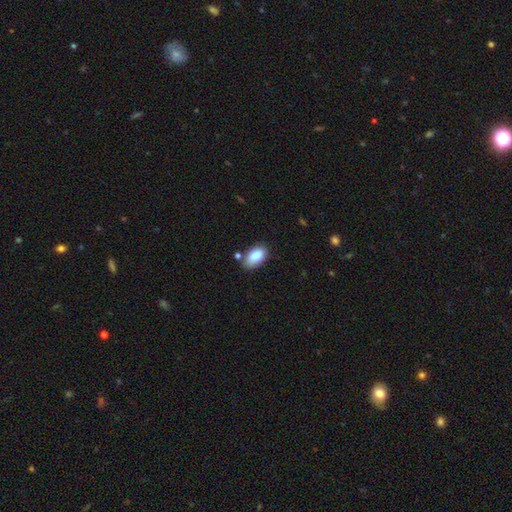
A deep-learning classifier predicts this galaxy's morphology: smooth 85%, featured or disk 7%, star or artifact 7%. Down the decision tree: how rounded — in between (94%); merging — none (71%).